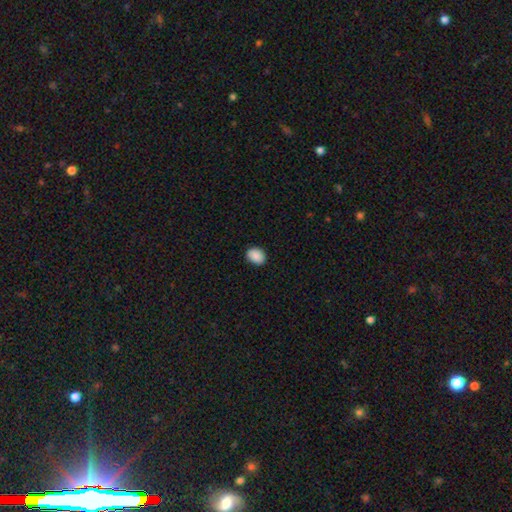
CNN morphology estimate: type=smooth (89%); roundness=in between (60%); merging=none (87%).